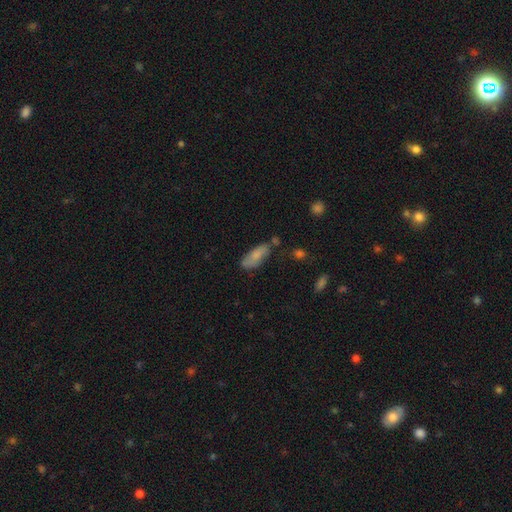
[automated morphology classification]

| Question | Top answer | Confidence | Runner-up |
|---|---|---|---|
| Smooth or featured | smooth | 75% | featured or disk (18%) |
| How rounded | in between | 75% | cigar-shaped (23%) |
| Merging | none | 59% | minor disturbance (24%) |